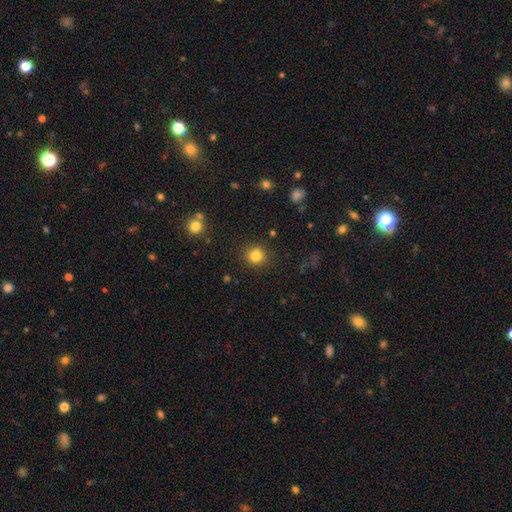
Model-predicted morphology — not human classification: A smooth galaxy with no disk features (83%) that is round (92%). Merging: none (90%).